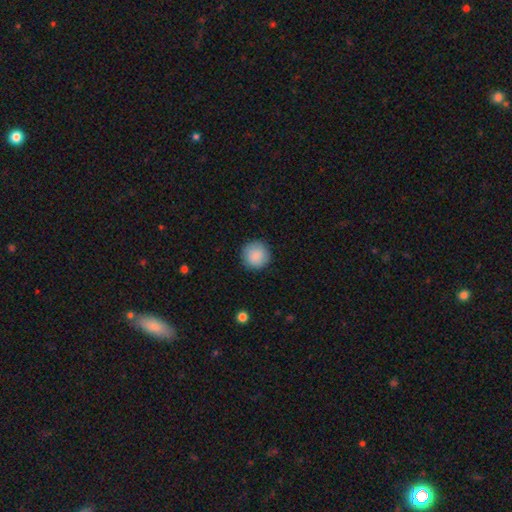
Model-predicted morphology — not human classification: This is clearly a smooth galaxy (88%). How rounded: clearly round (95%). Merging: clearly none (89%).